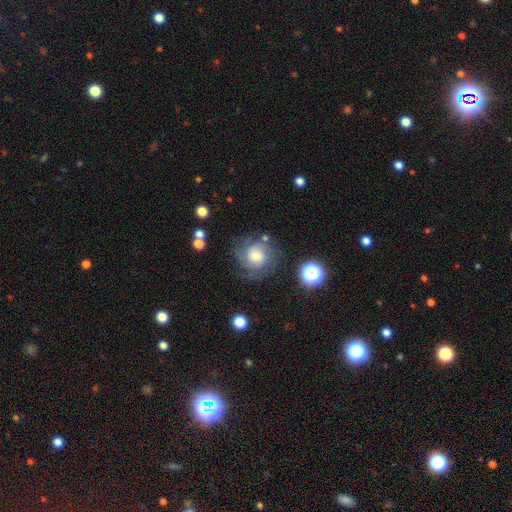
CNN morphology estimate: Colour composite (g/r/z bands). It shows a featured or disk galaxy (69%) with no bar (68%), tight (59%) spiral arms (92%) and a moderate central bulge (53%). Merging: none (72%).